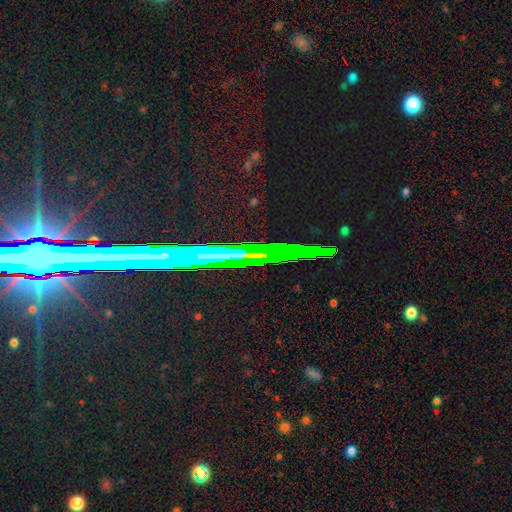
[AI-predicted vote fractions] smooth_or_featured: star or artifact (p=0.69) [alt: featured or disk p=0.20]